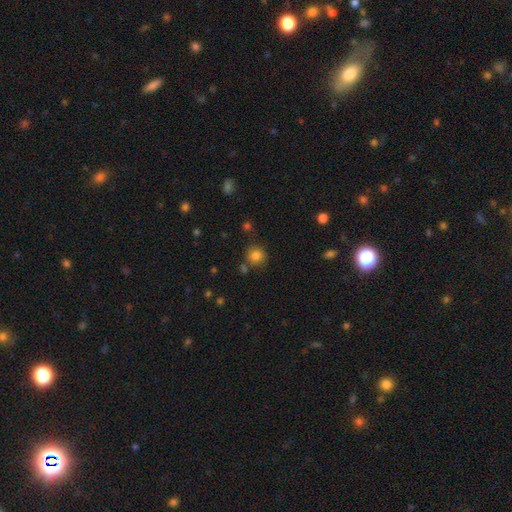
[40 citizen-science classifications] This appears to be a smooth galaxy with no disk features (82%) that is round (100%). Merging: none (83%).